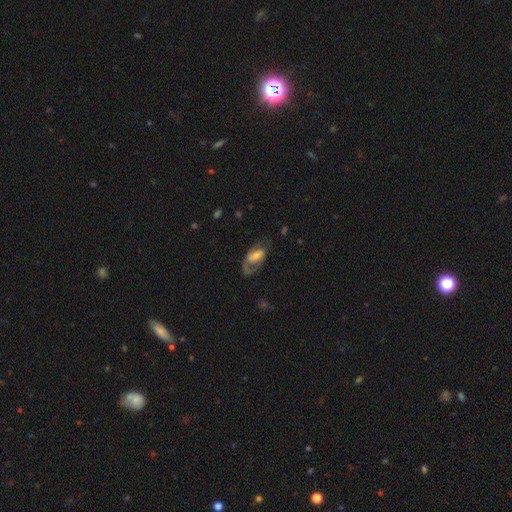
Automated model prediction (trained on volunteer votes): Q: Smooth or featured?
A: featured or disk (56%); runner-up: smooth (36%)
Q: Edge-on disk?
A: no (93%); runner-up: yes (7%)
Q: Bar?
A: no (41%); runner-up: weak (39%)
Q: Spiral arms?
A: yes (67%); runner-up: no (33%)
Q: Bulge size?
A: moderate (38%); runner-up: small (35%)
Q: Merging?
A: none (44%); runner-up: major disturbance (31%)